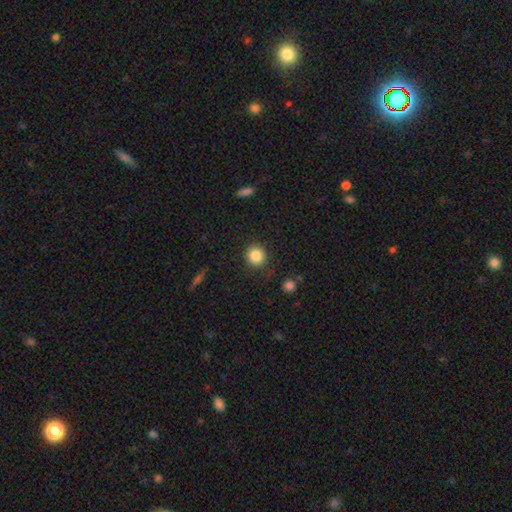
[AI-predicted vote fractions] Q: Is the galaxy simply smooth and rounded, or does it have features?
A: smooth — 86%.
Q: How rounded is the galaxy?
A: round — 90%.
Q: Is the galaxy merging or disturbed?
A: none — 87%.